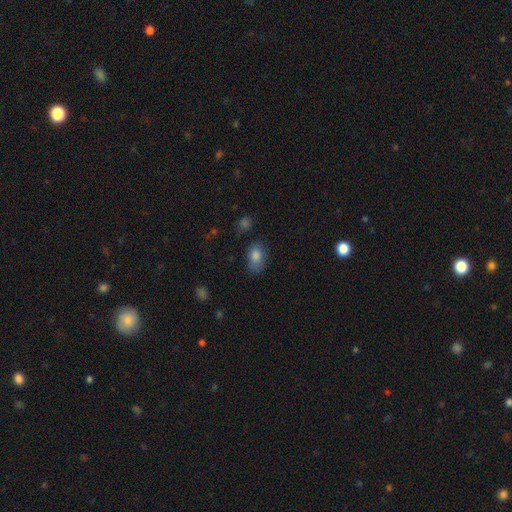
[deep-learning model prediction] Smooth or featured?
  - smooth: 82% *
  - featured or disk: 10%
  - star or artifact: 8%
How rounded?
  - in between: 88% *
  - round: 10%
  - cigar-shaped: 2%
Merging?
  - none: 73% *
  - minor disturbance: 20%
  - major disturbance: 5%
  - merger: 2%